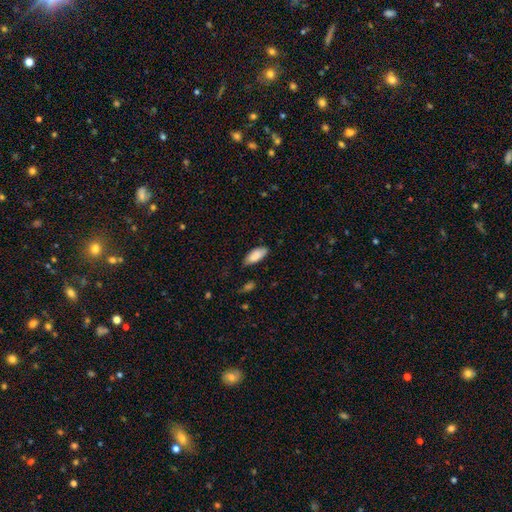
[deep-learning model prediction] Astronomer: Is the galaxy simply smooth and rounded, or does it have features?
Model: smooth — 86%.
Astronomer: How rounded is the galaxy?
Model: in between — 84%.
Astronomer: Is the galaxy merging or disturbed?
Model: none — 70%.